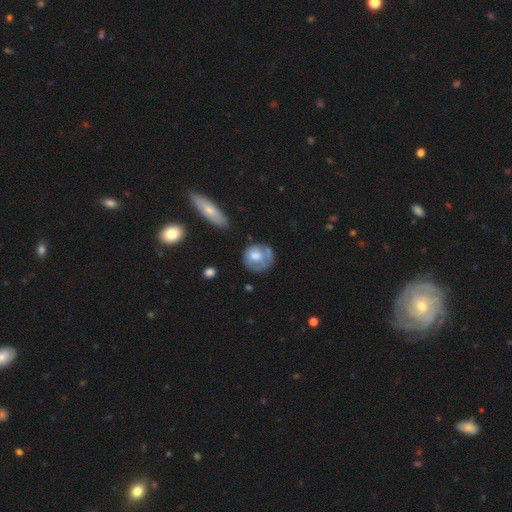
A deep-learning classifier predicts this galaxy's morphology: Overall: smooth (62%; featured or disk 32%). How rounded: round (80%). Merging: none (51%; minor disturbance 28%).